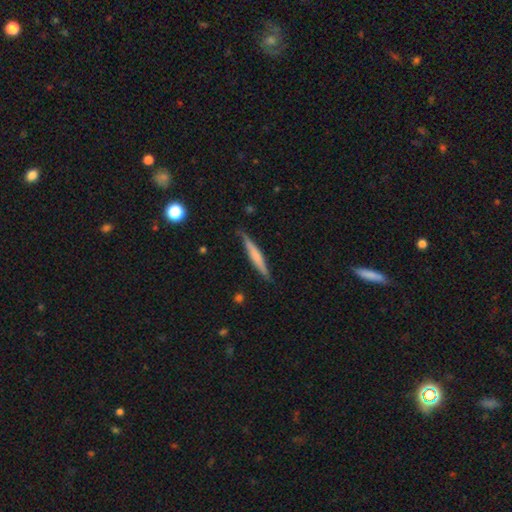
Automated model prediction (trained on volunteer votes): This is possibly a smooth galaxy (49%). Merging: clearly none (85%).